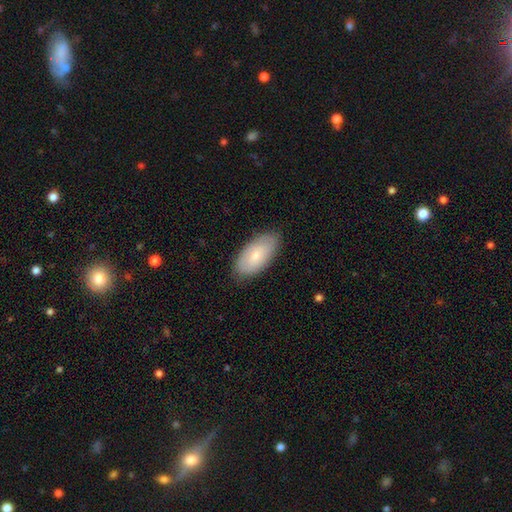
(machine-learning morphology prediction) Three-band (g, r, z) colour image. It shows a smooth galaxy with no disk features (71%) that is in between round and cigar-shaped (94%). Merging: none (83%).